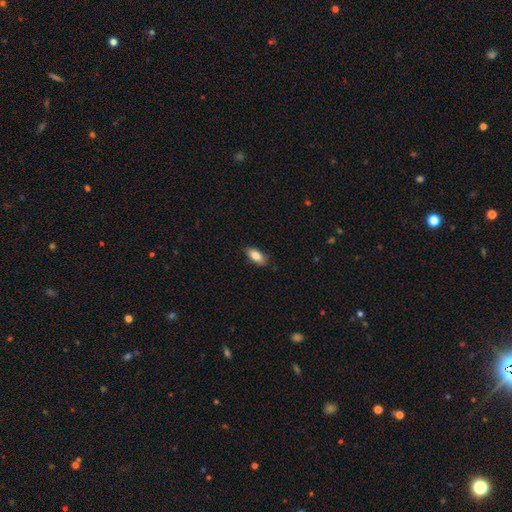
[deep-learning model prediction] A smooth galaxy with no disk features (84%) that is in between round and cigar-shaped (88%). Merging: none (83%).